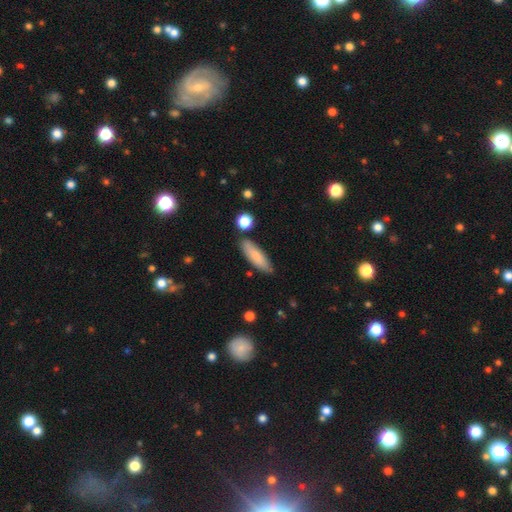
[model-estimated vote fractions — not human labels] Smooth or featured? smooth (80%)
How rounded? cigar-shaped (54%)
Merging? none (80%)